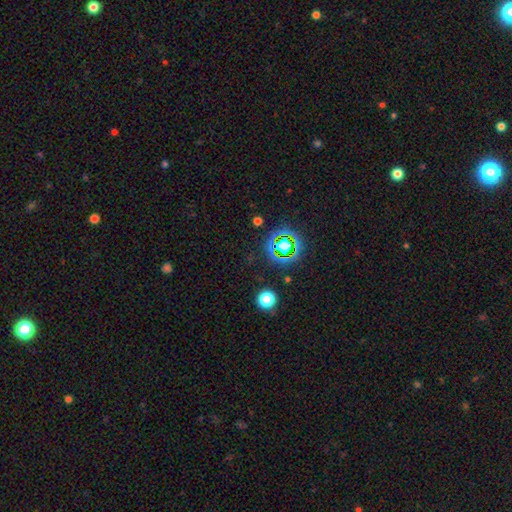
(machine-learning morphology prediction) type=star or artifact (75%).